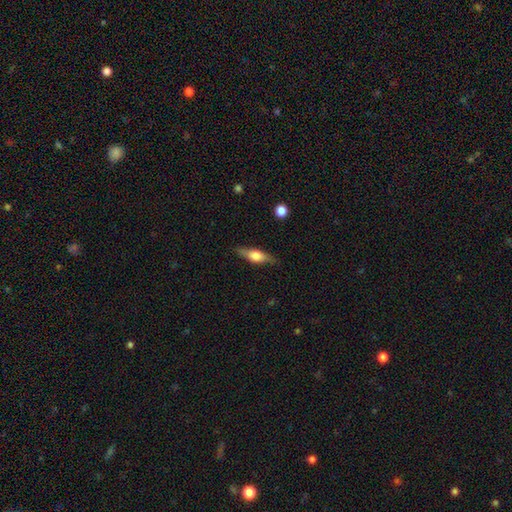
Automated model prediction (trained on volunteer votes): smooth_or_featured: featured or disk (p=0.47) [tied with: smooth p=0.47]
merging: none (p=0.83) [alt: minor disturbance p=0.13]